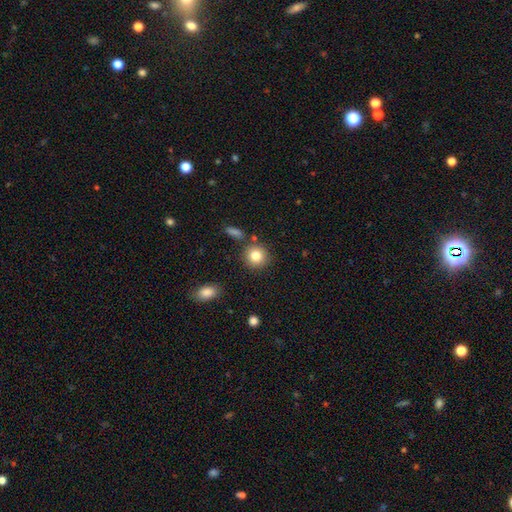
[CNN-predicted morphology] smooth-or-featured: smooth: 83% | star or artifact: 9% | featured or disk: 8%
  how-rounded: round: 90% | in between: 9% | cigar-shaped: 1%
  merging: none: 82% | minor disturbance: 9% | merger: 6% | major disturbance: 3%